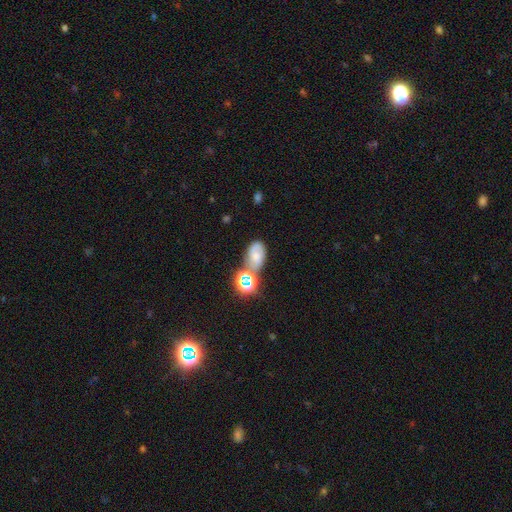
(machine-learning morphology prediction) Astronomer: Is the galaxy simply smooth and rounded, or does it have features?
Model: smooth — 42% (runner-up: featured or disk, 37%).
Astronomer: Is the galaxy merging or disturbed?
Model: none — 49%.